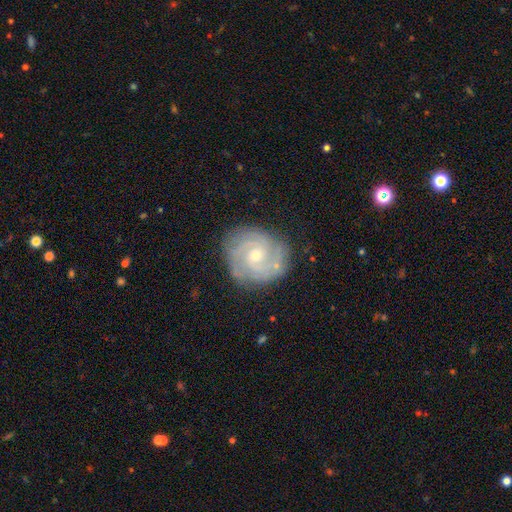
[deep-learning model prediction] smooth-or-featured: featured or disk: 83% | smooth: 11% | star or artifact: 6%
  disk-edge-on: no: 98% | yes: 2%
    bar: no: 66% | weak: 29% | strong: 5%
    has-spiral-arms: yes: 95% | no: 5%
      spiral-winding: tight: 65% | medium: 29% | loose: 6%
      spiral-arm-count: 2: 33% | 3: 30% | can't tell: 20% | 4: 8% | 1: 4% | more than 4: 4%
    bulge-size: small: 49% | moderate: 48% | large: 1% | none: 1% | dominant: 1%
  merging: none: 79% | minor disturbance: 15% | major disturbance: 4% | merger: 2%